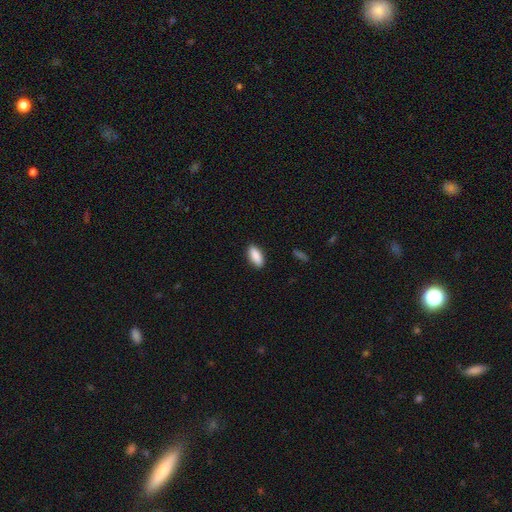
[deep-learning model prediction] A smooth galaxy with no disk features (89%) that is in between round and cigar-shaped (87%).

Vote fractions:
- Smooth or featured? smooth: 89% / star or artifact: 6% / featured or disk: 5%
- How rounded? in between: 87% / cigar-shaped: 11% / round: 2%
- Merging? none: 88% / minor disturbance: 9% / major disturbance: 2% / merger: 1%